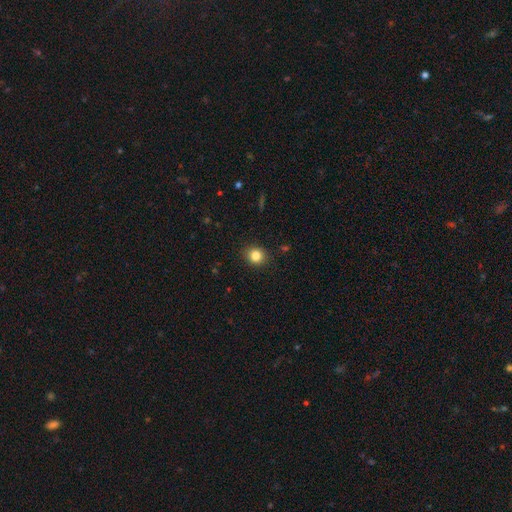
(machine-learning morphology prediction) Smooth or featured? smooth (83%)
How rounded? round (81%)
Merging? none (90%)